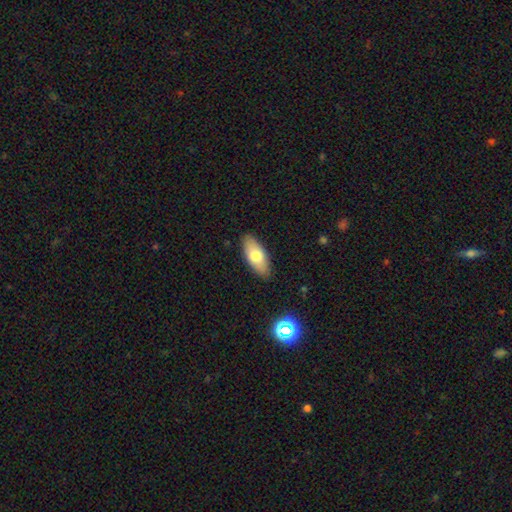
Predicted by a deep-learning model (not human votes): smooth 70%, featured or disk 23%, star or artifact 7%. Down the decision tree: how rounded — in between (84%); merging — none (88%).